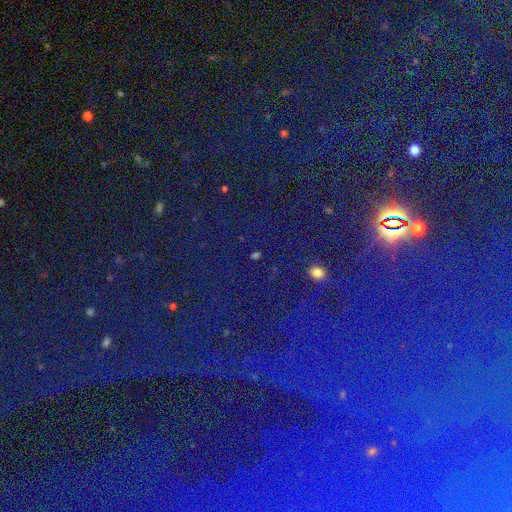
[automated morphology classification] smooth-or-featured: star or artifact: 70% | smooth: 21% | featured or disk: 9%